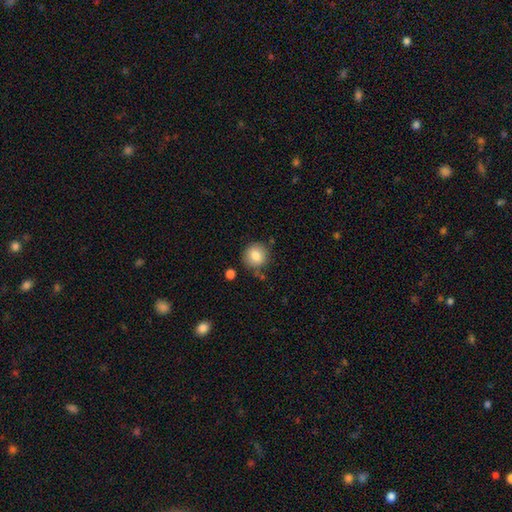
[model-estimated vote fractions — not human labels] A smooth galaxy with no disk features (83%) that is round (91%). Merging: none (82%).